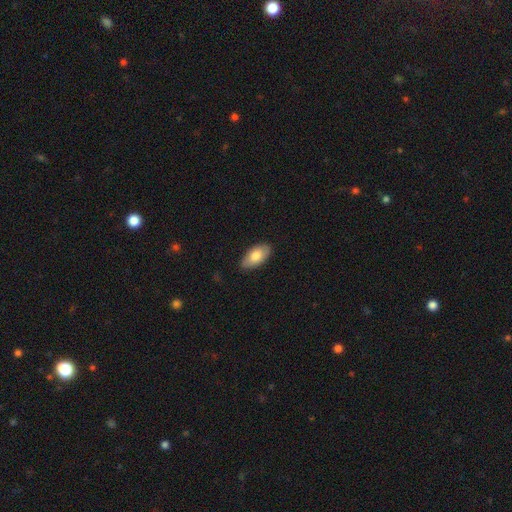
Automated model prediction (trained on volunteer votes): smooth-or-featured: smooth: 78% | featured or disk: 16% | star or artifact: 6%
  how-rounded: in between: 94% | cigar-shaped: 3% | round: 3%
  merging: none: 84% | minor disturbance: 13% | major disturbance: 2% | merger: 1%